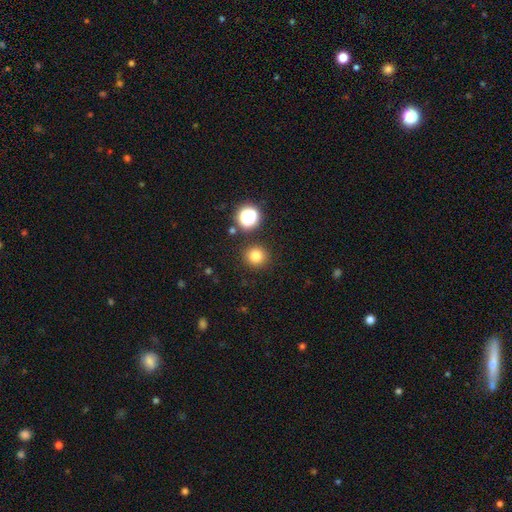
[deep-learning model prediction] A smooth galaxy with no disk features (79%) that is round (93%).

Vote fractions:
- Smooth or featured? smooth: 79% / star or artifact: 15% / featured or disk: 5%
- How rounded? round: 93% / in between: 6% / cigar-shaped: 1%
- Merging? none: 89% / minor disturbance: 6% / merger: 3% / major disturbance: 2%